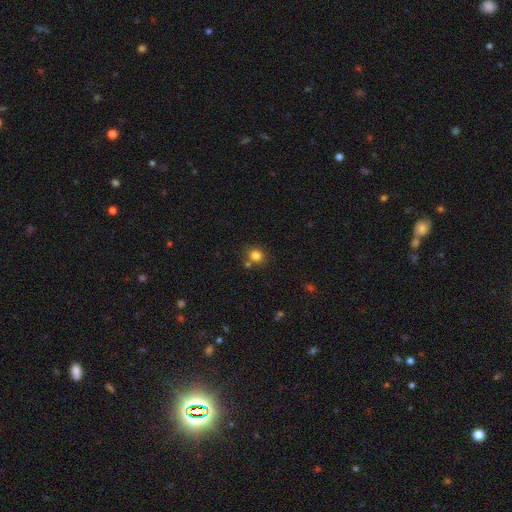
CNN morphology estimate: This is clearly a smooth galaxy (81%). How rounded: clearly round (84%). Merging: likely none (71%).